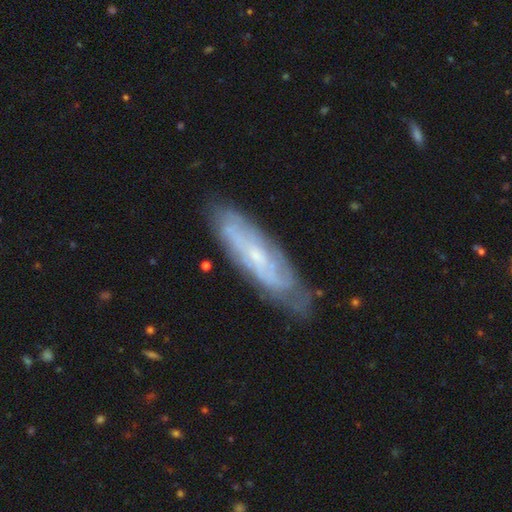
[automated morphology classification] Smooth or featured? featured or disk (69%)
Edge-on disk? no (74%)
Bar? no (64%)
Spiral arms? yes (82%)
Bulge size? small (71%)
Merging? none (73%)